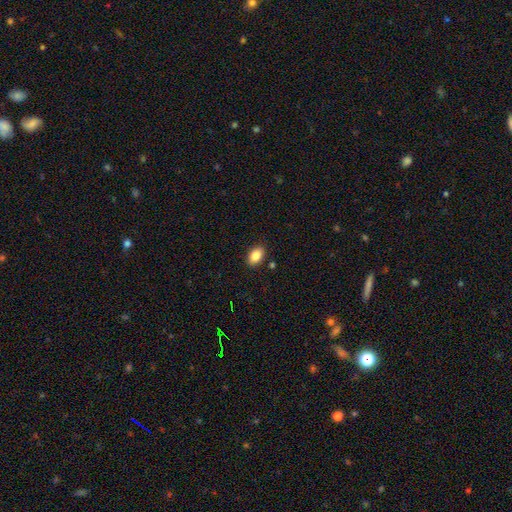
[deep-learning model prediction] smooth 86%, star or artifact 8%, featured or disk 6%. Down the decision tree: how rounded — in between (88%); merging — none (87%).